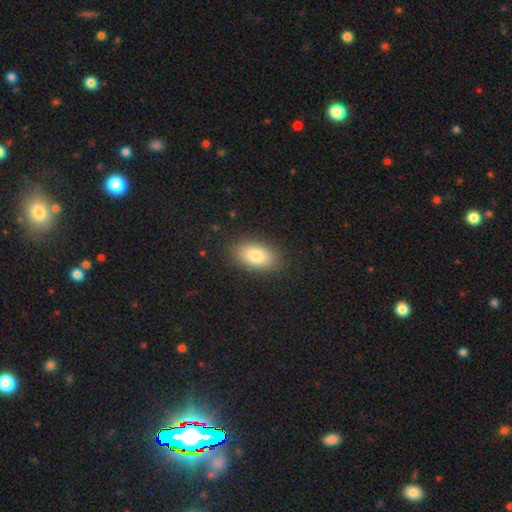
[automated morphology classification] This is clearly a smooth galaxy (83%). How rounded: clearly in between (91%). Merging: clearly none (88%).